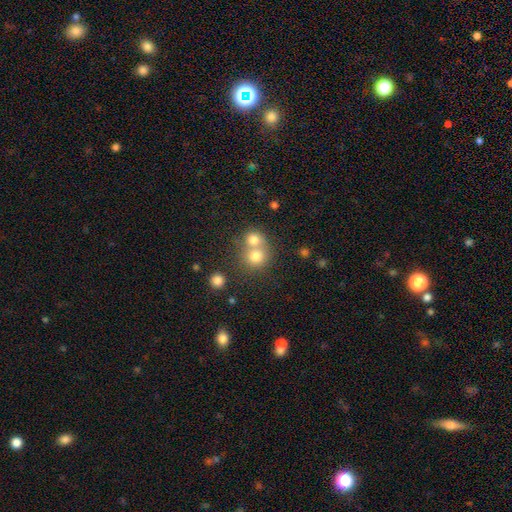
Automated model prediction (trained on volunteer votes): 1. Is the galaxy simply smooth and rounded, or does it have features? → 76% smooth, 13% star or artifact, 12% featured or disk.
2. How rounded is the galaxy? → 85% round, 14% in between, 1% cigar-shaped.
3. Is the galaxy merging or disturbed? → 53% merger, 39% none, 5% minor disturbance, 3% major disturbance.